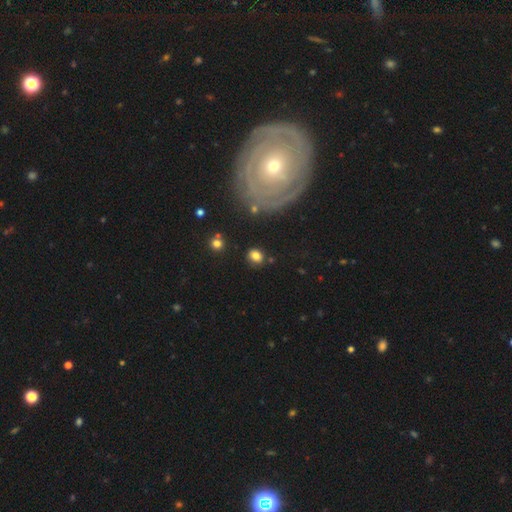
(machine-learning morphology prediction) Smooth or featured? smooth (80%)
How rounded? round (60%)
Merging? none (82%)